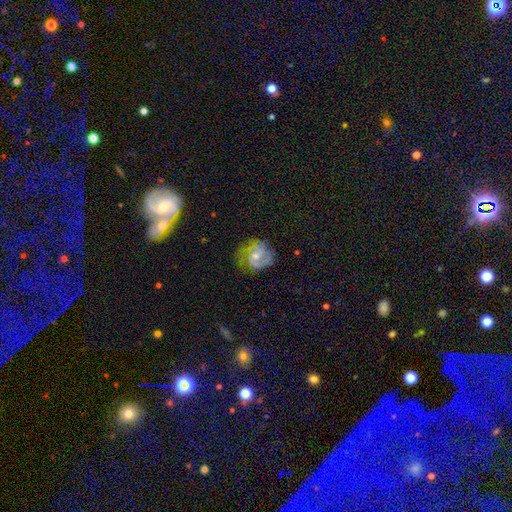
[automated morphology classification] Smooth or featured? featured or disk (74%)
Edge-on disk? no (98%)
Bar? no (60%)
Spiral arms? yes (90%)
Spiral winding? tight (43%, tied with medium)
Spiral arm count? 2 (62%)
Bulge size? moderate (48%)
Merging? none (58%)